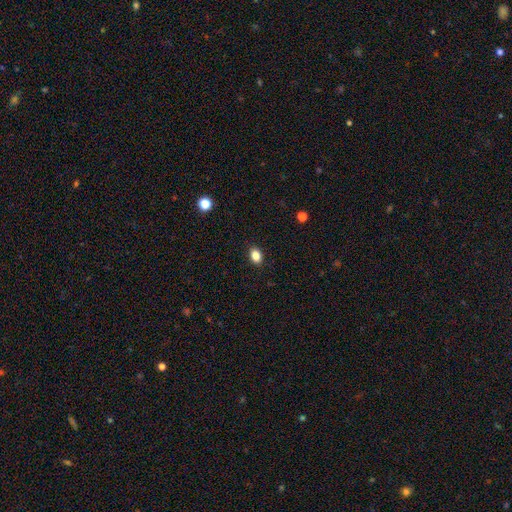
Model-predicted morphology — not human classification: smooth-or-featured: smooth: 85% | star or artifact: 10% | featured or disk: 4%
  how-rounded: in between: 73% | round: 26% | cigar-shaped: 1%
  merging: none: 89% | minor disturbance: 8% | major disturbance: 2% | merger: 1%